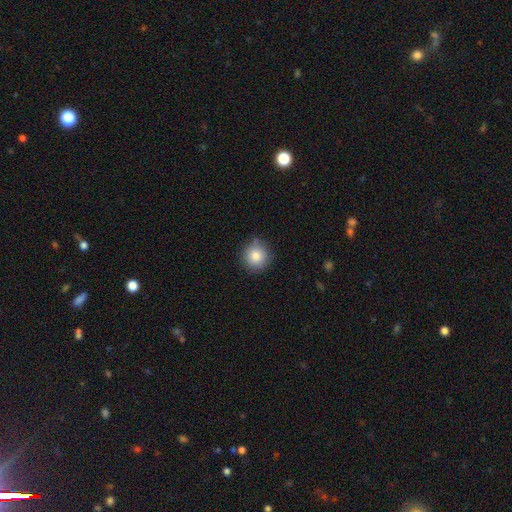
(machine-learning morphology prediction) A smooth galaxy with no disk features (83%) that is round (93%).

Vote fractions:
- Smooth or featured? smooth: 83% / star or artifact: 9% / featured or disk: 7%
- How rounded? round: 93% / in between: 6% / cigar-shaped: 1%
- Merging? none: 82% / minor disturbance: 14% / major disturbance: 2% / merger: 1%